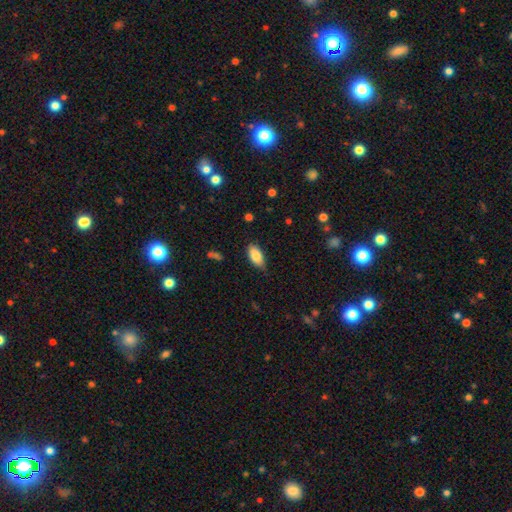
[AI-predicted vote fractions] The model was most divided on "merging": none: 77%, minor disturbance: 19%, major disturbance: 3%, merger: 1%. More confident: how rounded — in between (90%); smooth or featured — smooth (85%).